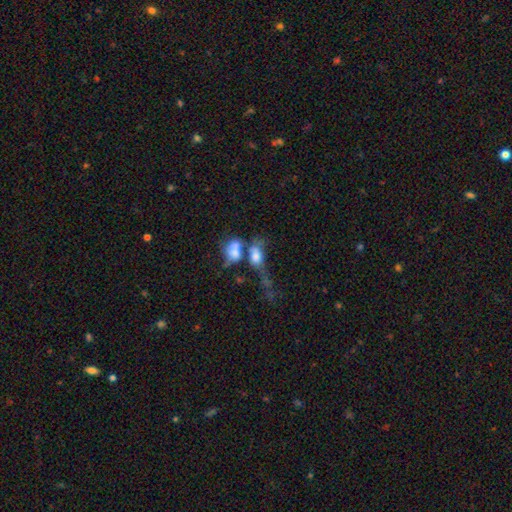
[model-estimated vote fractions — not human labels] Smooth or featured?
  - smooth: 61% *
  - featured or disk: 27%
  - star or artifact: 12%
How rounded?
  - in between: 76% *
  - round: 18%
  - cigar-shaped: 6%
Merging?
  - merger: 62% *
  - major disturbance: 16%
  - none: 13%
  - minor disturbance: 8%